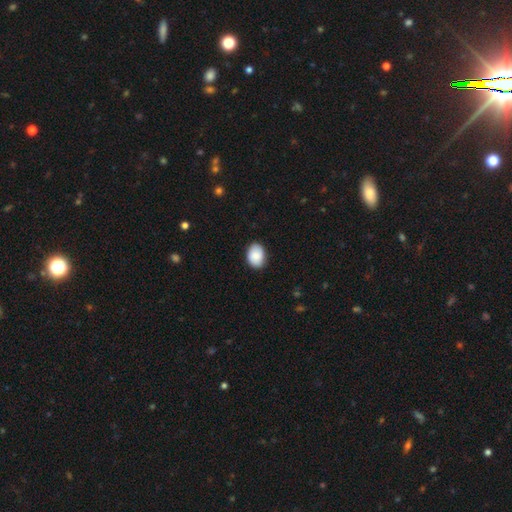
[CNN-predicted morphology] A smooth galaxy with no disk features (88%) that is in between round and cigar-shaped (75%).

Vote fractions:
- Smooth or featured? smooth: 88% / star or artifact: 6% / featured or disk: 6%
- How rounded? in between: 75% / round: 24% / cigar-shaped: 1%
- Merging? none: 85% / minor disturbance: 11% / major disturbance: 2% / merger: 1%